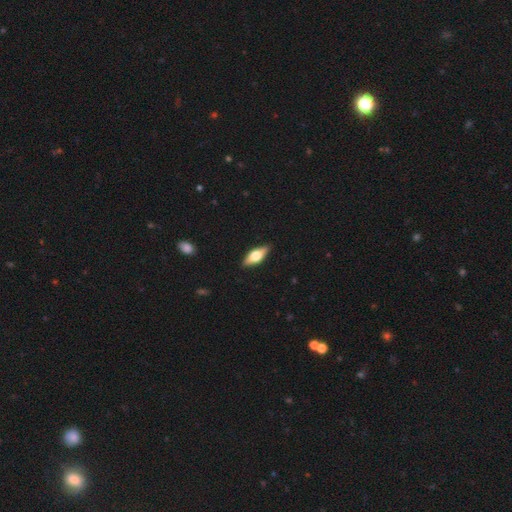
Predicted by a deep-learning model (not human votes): Overall: featured or disk (48%; smooth 46%). Merging: none (88%).